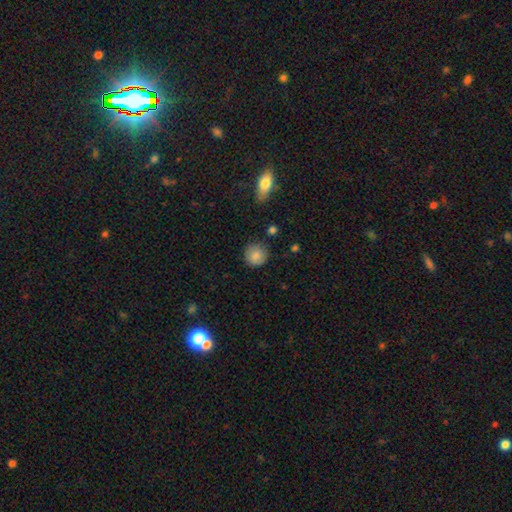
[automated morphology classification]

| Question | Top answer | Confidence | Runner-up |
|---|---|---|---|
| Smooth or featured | smooth | 85% | star or artifact (8%) |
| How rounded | round | 93% | in between (6%) |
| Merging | none | 83% | minor disturbance (13%) |